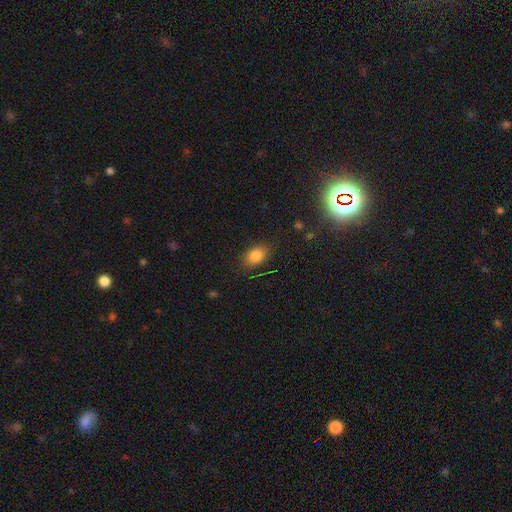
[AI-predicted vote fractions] This appears to be a smooth galaxy with no disk features (80%) that is in between round and cigar-shaped (80%). Merging: none (80%).